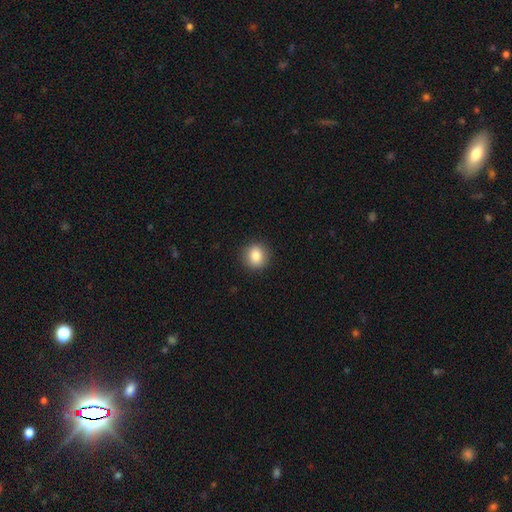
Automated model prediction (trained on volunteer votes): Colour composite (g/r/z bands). It shows a smooth galaxy with no disk features (85%) that is round (85%). Merging: none (90%).